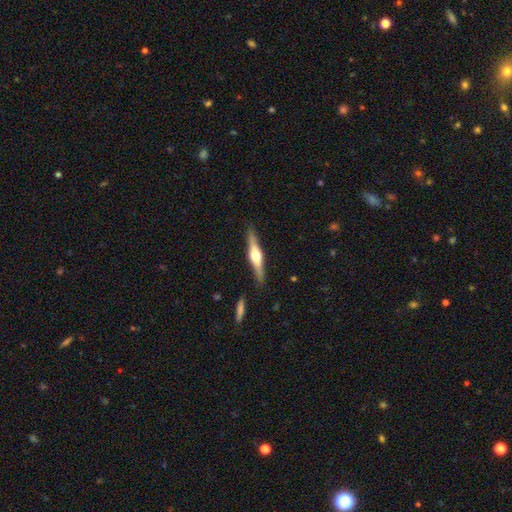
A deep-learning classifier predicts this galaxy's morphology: Q: Smooth or featured?
A: featured or disk (68%); runner-up: smooth (27%)
Q: Edge-on disk?
A: yes (97%); runner-up: no (3%)
Q: Edge-on bulge?
A: rounded (92%); runner-up: boxy (5%)
Q: Merging?
A: none (87%); runner-up: minor disturbance (9%)